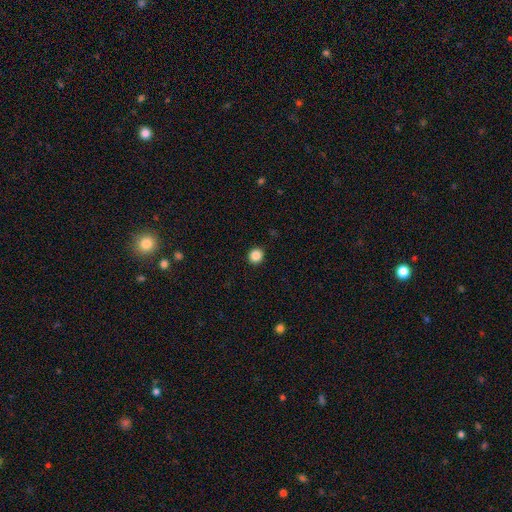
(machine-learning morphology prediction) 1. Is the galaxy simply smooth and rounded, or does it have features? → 87% smooth, 10% star or artifact, 3% featured or disk.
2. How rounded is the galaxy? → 89% round, 10% in between, 1% cigar-shaped.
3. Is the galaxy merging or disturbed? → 93% none, 5% minor disturbance, 2% major disturbance, 1% merger.